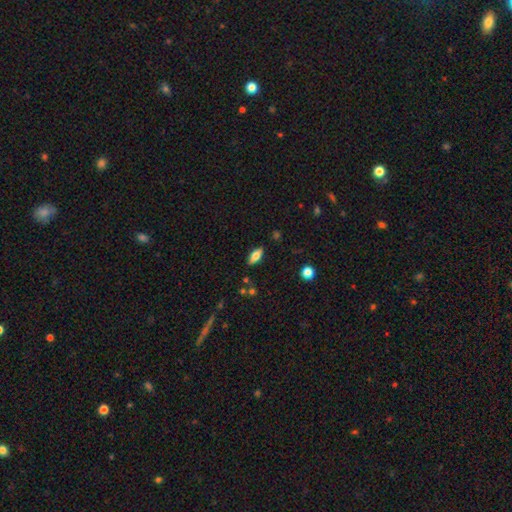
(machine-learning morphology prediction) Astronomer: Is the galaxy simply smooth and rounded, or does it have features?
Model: smooth — 68%.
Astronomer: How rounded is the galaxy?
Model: in between — 81%.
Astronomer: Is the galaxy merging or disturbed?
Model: none — 86%.